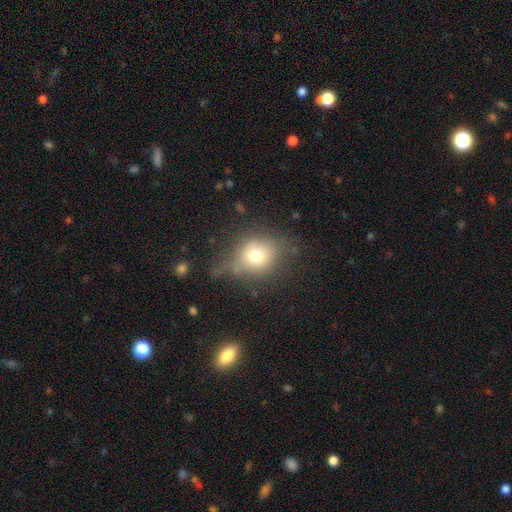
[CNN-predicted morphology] Smooth or featured? smooth (68%)
How rounded? round (54%)
Merging? none (56%)